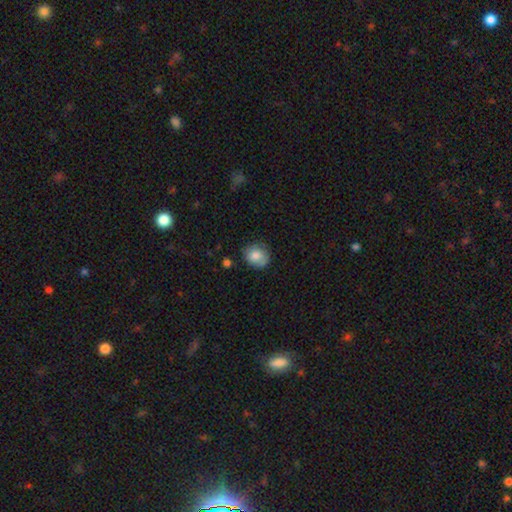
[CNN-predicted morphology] A smooth galaxy with no disk features (81%) that is round (65%). Merging: none (70%).